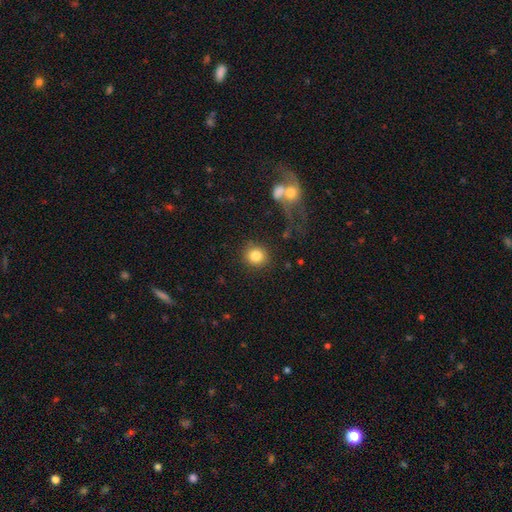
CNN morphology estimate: type=smooth (83%); roundness=round (83%); merging=none (85%).